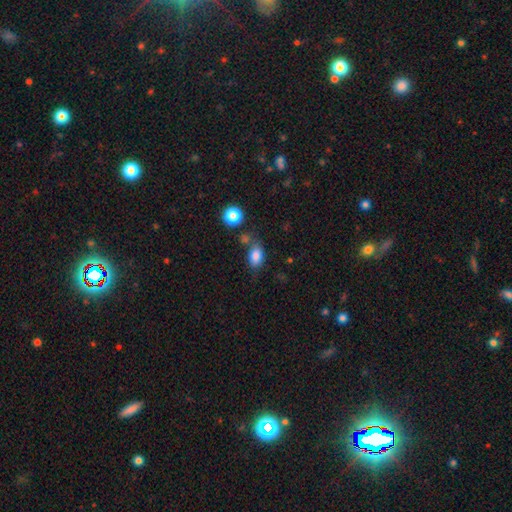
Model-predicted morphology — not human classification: Smooth or featured? Predicted: smooth (p=0.83). How rounded? Predicted: in between (p=0.83). Merging? Predicted: none (p=0.60).